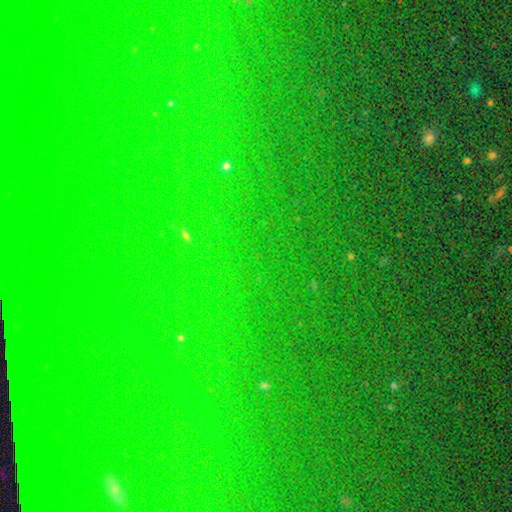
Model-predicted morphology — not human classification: Overall: star or artifact (79%).